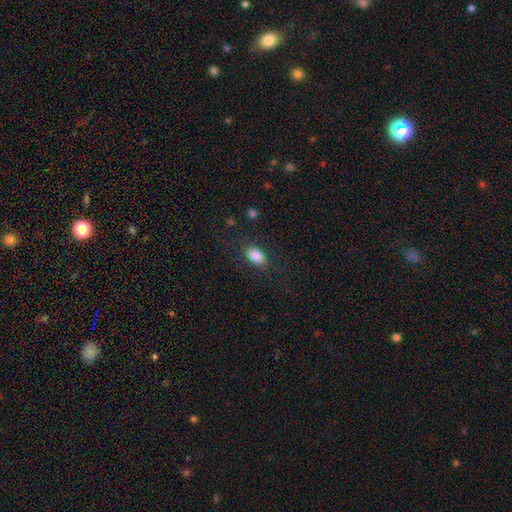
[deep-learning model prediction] This is clearly a smooth galaxy (86%). How rounded: clearly in between (89%). Merging: clearly none (83%).